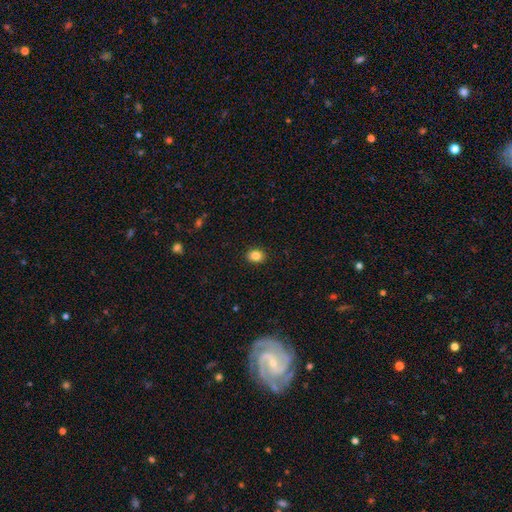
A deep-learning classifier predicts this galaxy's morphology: smooth-or-featured: smooth: 85% | star or artifact: 10% | featured or disk: 5%
  how-rounded: in between: 50% | round: 49% | cigar-shaped: 1%
  merging: none: 91% | minor disturbance: 7% | major disturbance: 2% | merger: 1%